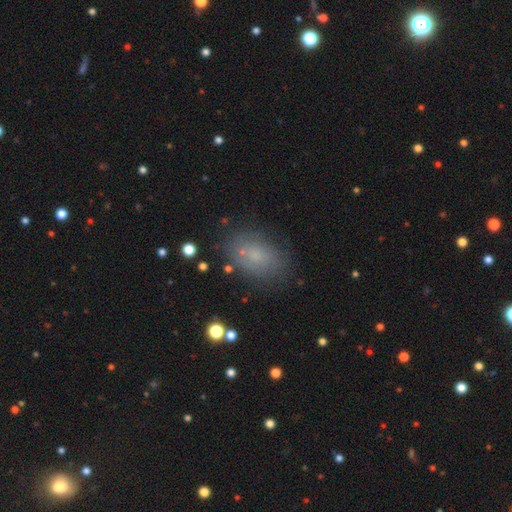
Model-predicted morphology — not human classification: Q: Smooth or featured?
A: smooth (72%); runner-up: featured or disk (15%)
Q: How rounded?
A: in between (85%); runner-up: round (13%)
Q: Merging?
A: none (75%); runner-up: minor disturbance (16%)